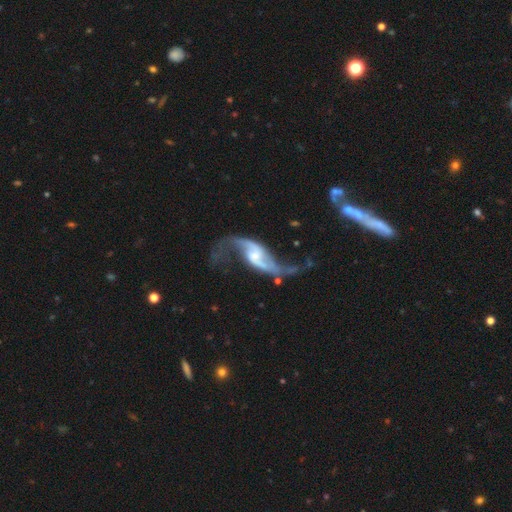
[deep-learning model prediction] Smooth or featured: featured or disk — 89% (smooth — 6%)
Edge-on disk: no — 95% (yes — 5%)
Bar: weak — 43% (no — 39%)
Spiral arms: yes — 96% (no — 4%)
Spiral winding: loose — 87% (medium — 10%)
Spiral arm count: 2 — 93% (1 — 2%)
Bulge size: small — 48% (moderate — 32%)
Merging: none — 52% (major disturbance — 21%)